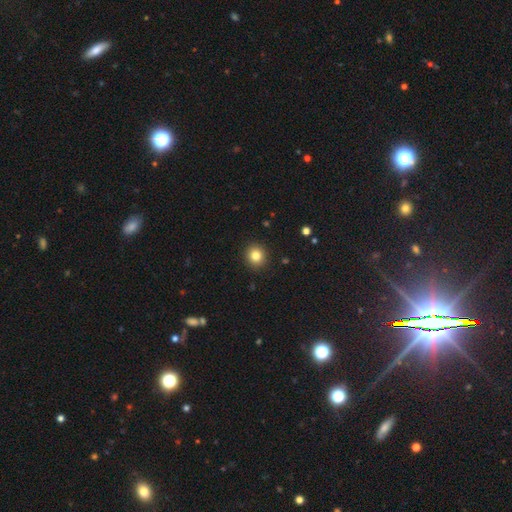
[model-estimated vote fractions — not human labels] Smooth or featured: smooth — 82% (star or artifact — 11%)
How rounded: round — 87% (in between — 12%)
Merging: none — 92% (minor disturbance — 6%)